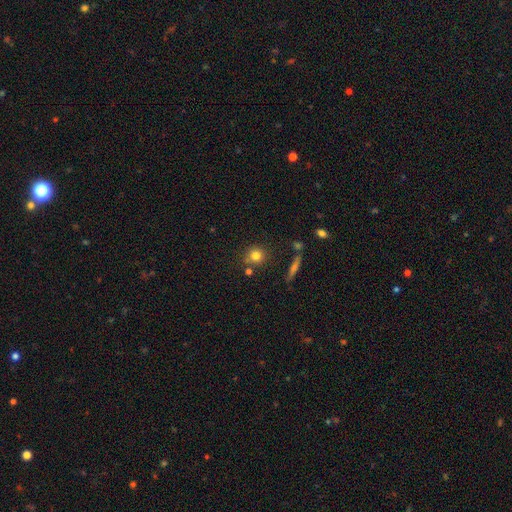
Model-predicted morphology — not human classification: Smooth or featured?
  - smooth: 78% *
  - star or artifact: 12%
  - featured or disk: 10%
How rounded?
  - round: 88% *
  - in between: 10%
  - cigar-shaped: 2%
Merging?
  - none: 74% *
  - merger: 12%
  - minor disturbance: 10%
  - major disturbance: 3%